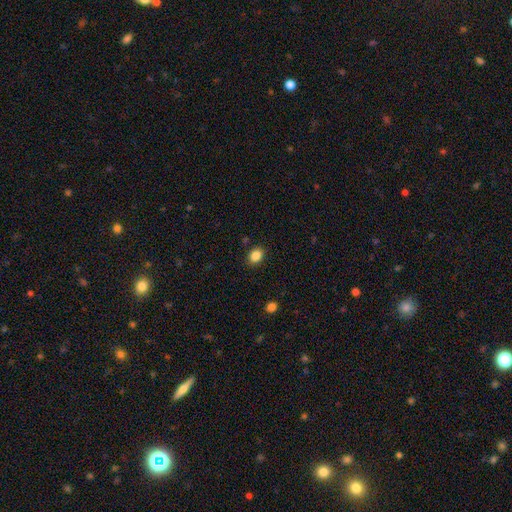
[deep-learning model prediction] Smooth or featured: smooth — 86% (star or artifact — 10%)
How rounded: in between — 56% (round — 43%)
Merging: none — 88% (minor disturbance — 8%)